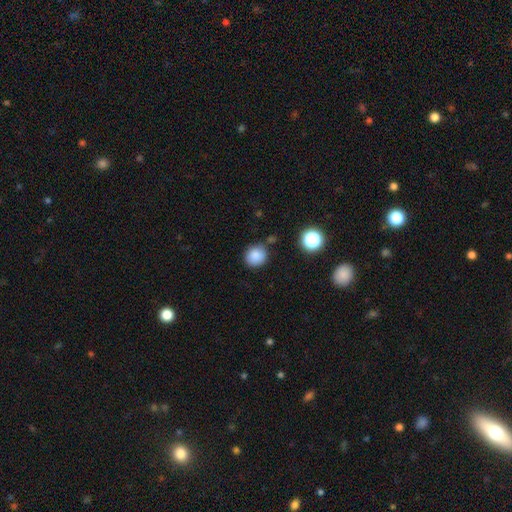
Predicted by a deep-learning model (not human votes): smooth_or_featured: smooth (p=0.85) [alt: star or artifact p=0.11]
how_rounded: round (p=0.84) [alt: in between p=0.15]
merging: none (p=0.79) [alt: minor disturbance p=0.13]